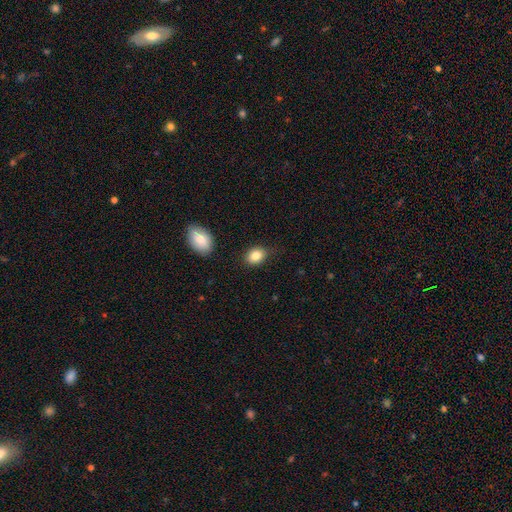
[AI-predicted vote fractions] smooth-or-featured: smooth: 84% | star or artifact: 9% | featured or disk: 7%
  how-rounded: in between: 69% | round: 30% | cigar-shaped: 1%
  merging: none: 80% | minor disturbance: 15% | major disturbance: 3% | merger: 2%